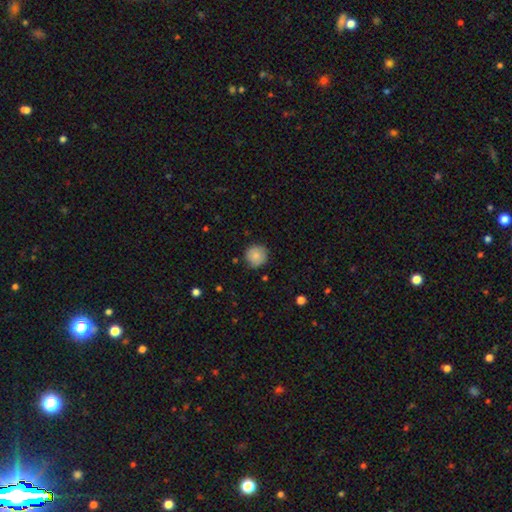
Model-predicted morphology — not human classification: This is clearly a smooth galaxy (83%). How rounded: clearly round (94%). Merging: clearly none (83%).